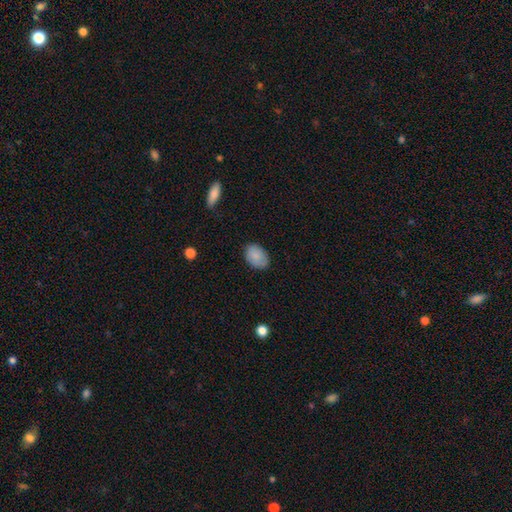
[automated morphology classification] Smooth or featured? Predicted: smooth (p=0.86). How rounded? Predicted: in between (p=0.82). Merging? Predicted: none (p=0.82).